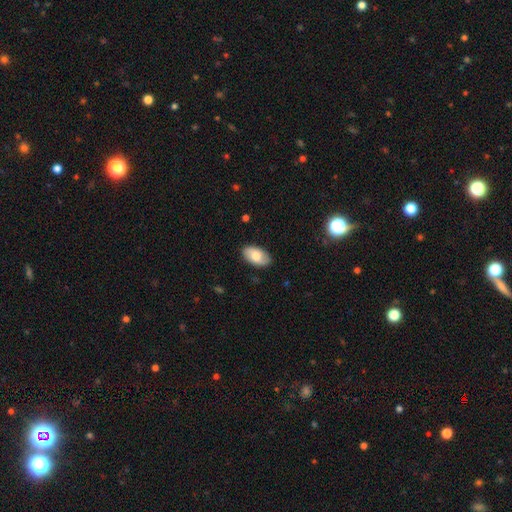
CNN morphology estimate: Smooth or featured? Predicted: smooth (p=0.71). How rounded? Predicted: in between (p=0.95). Merging? Predicted: none (p=0.86).